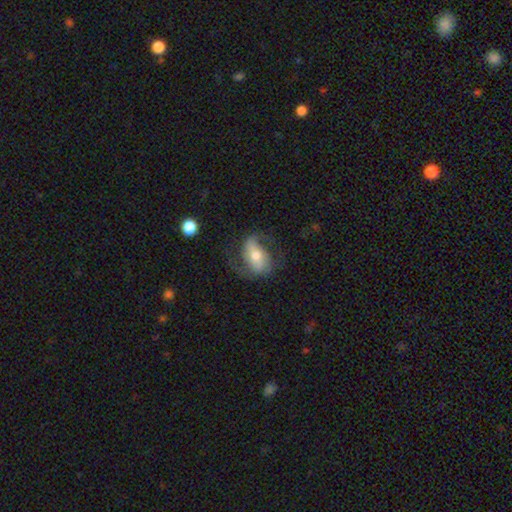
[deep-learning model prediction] Smooth or featured? Predicted: featured or disk (p=0.63). Edge-on disk? Predicted: no (p=0.94). Bar? Predicted: strong (p=0.40). Spiral arms? Predicted: yes (p=0.82). Bulge size? Predicted: moderate (p=0.63). Merging? Predicted: none (p=0.62).